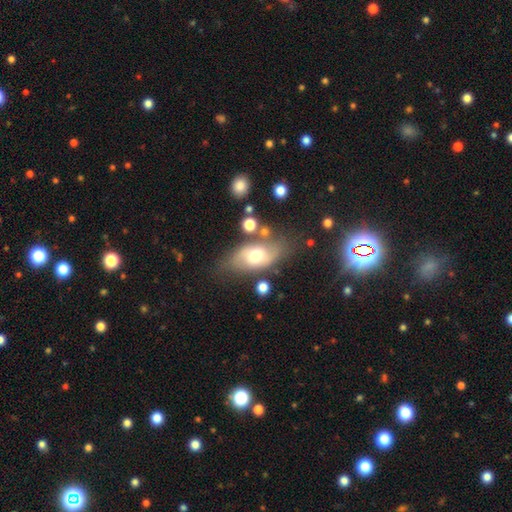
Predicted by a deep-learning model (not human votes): Smooth or featured?
  - smooth: 49% *
  - featured or disk: 43%
  - star or artifact: 8%
Merging?
  - none: 62% *
  - minor disturbance: 22%
  - major disturbance: 9%
  - merger: 8%